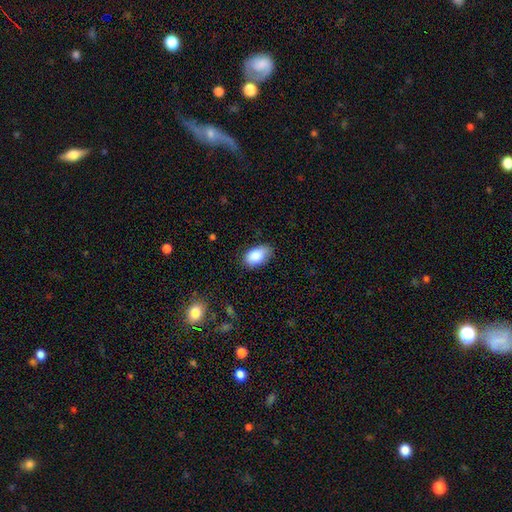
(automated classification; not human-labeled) This is clearly a smooth galaxy (88%). How rounded: clearly in between (94%). Merging: likely none (75%).